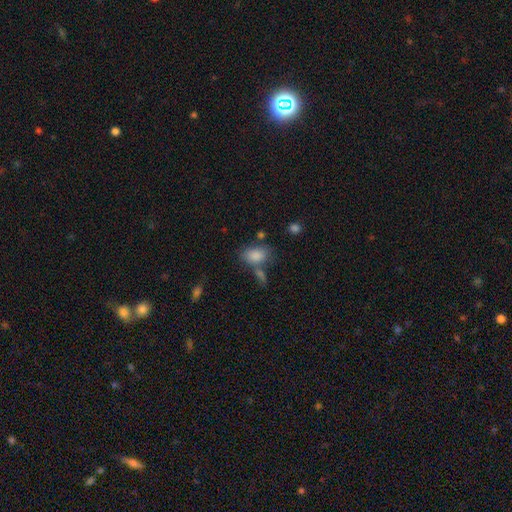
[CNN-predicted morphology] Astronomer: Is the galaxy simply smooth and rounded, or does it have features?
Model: smooth — 84%.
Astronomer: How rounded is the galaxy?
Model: in between — 87%.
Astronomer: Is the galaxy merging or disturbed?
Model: none — 55%.